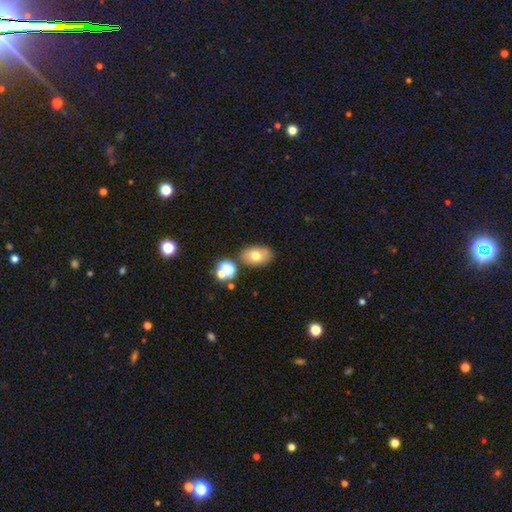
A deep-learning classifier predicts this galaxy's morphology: smooth_or_featured: smooth (p=0.70) [alt: featured or disk p=0.19]
how_rounded: in between (p=0.82) [alt: round p=0.17]
merging: none (p=0.74) [alt: minor disturbance p=0.13]